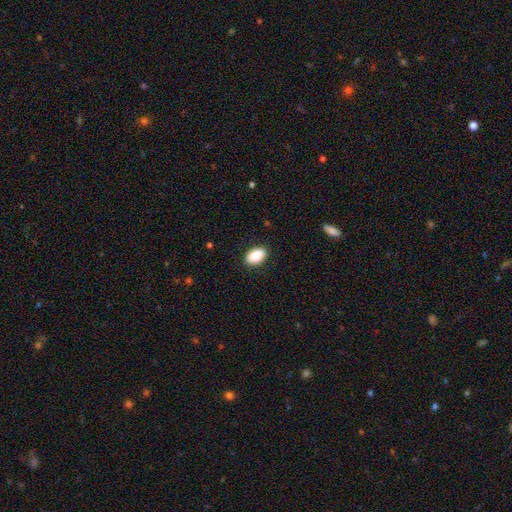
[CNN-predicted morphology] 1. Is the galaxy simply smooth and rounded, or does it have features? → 90% smooth, 7% star or artifact, 4% featured or disk.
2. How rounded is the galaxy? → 90% in between, 8% round, 1% cigar-shaped.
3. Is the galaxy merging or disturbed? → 88% none, 9% minor disturbance, 2% major disturbance, 1% merger.